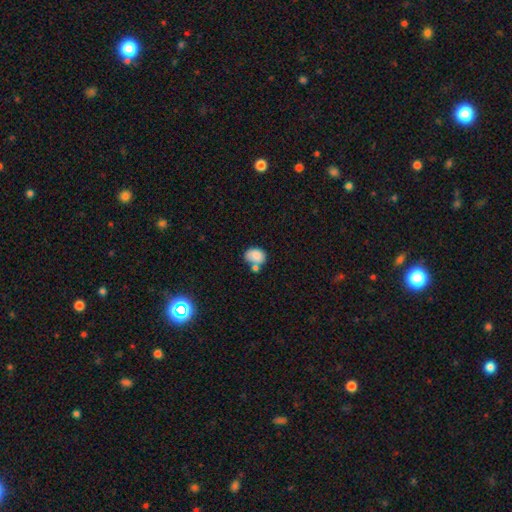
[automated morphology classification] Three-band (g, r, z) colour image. It shows a smooth galaxy with no disk features (82%) that is in between round and cigar-shaped (63%). Merging: none (44%).